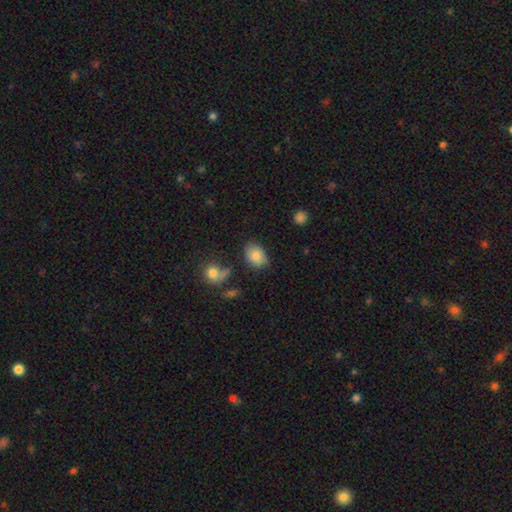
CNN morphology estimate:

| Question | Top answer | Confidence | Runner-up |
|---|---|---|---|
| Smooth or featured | smooth | 82% | featured or disk (10%) |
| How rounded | in between | 76% | round (23%) |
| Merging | none | 68% | minor disturbance (22%) |